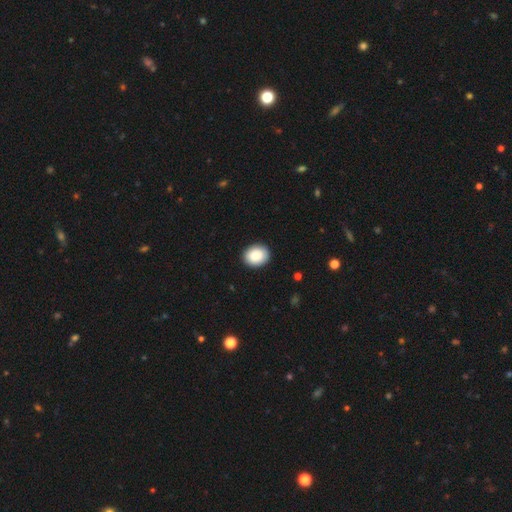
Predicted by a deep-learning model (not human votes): smooth 87%, star or artifact 7%, featured or disk 6%. Down the decision tree: how rounded — round (56%); merging — none (88%).